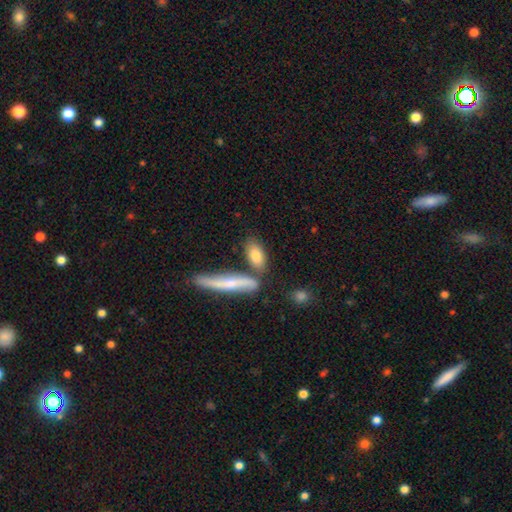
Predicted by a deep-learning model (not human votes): A smooth galaxy with no disk features (78%) that is in between round and cigar-shaped (75%). Merging: none (61%).